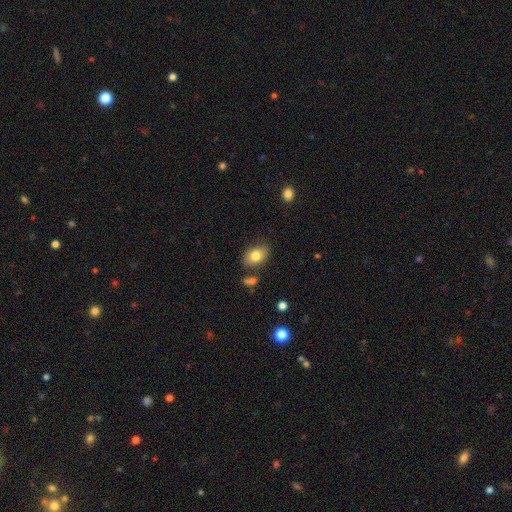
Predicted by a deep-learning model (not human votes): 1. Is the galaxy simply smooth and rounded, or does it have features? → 80% smooth, 12% featured or disk, 8% star or artifact.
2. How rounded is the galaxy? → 85% in between, 13% round, 1% cigar-shaped.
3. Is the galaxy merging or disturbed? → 76% none, 15% minor disturbance, 6% merger, 4% major disturbance.